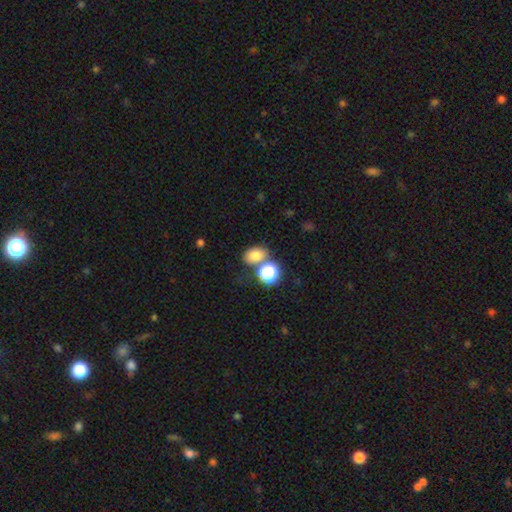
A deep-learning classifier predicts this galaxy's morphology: Smooth or featured?
  - smooth: 77% *
  - star or artifact: 15%
  - featured or disk: 8%
How rounded?
  - in between: 66% *
  - round: 33%
  - cigar-shaped: 1%
Merging?
  - none: 64% *
  - merger: 21%
  - minor disturbance: 11%
  - major disturbance: 4%